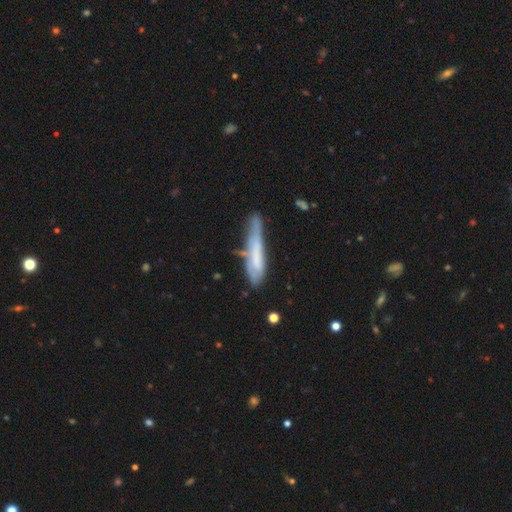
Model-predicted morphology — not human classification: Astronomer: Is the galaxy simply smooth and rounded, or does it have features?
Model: smooth — 56% (runner-up: featured or disk, 36%).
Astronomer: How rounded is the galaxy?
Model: cigar-shaped — 86%.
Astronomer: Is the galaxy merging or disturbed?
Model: none — 44% (runner-up: minor disturbance, 32%).